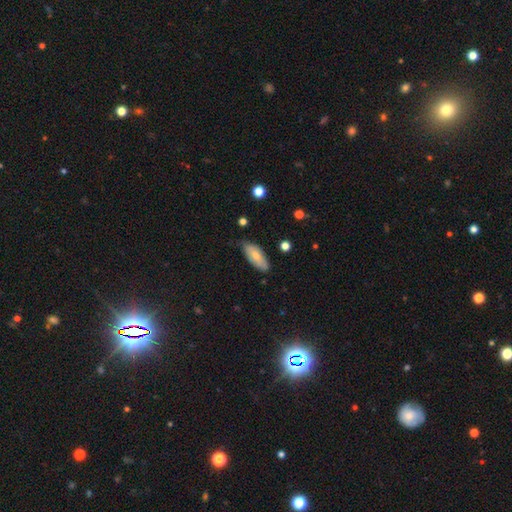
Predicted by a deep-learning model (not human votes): Smooth or featured: smooth — 71% (featured or disk — 22%)
How rounded: in between — 80% (cigar-shaped — 18%)
Merging: none — 69% (minor disturbance — 26%)